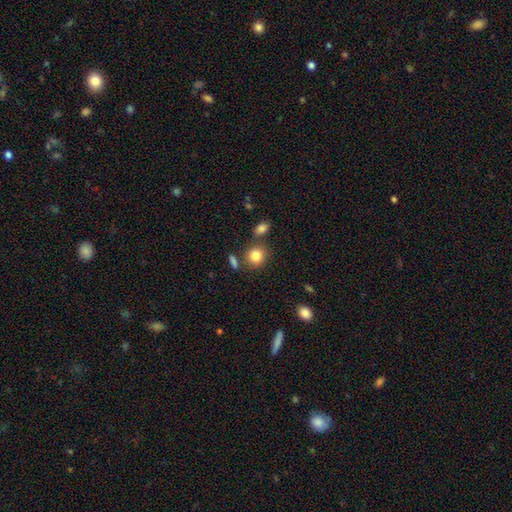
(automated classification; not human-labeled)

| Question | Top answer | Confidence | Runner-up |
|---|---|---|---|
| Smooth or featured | smooth | 84% | star or artifact (9%) |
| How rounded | round | 79% | in between (20%) |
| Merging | none | 73% | merger (12%) |